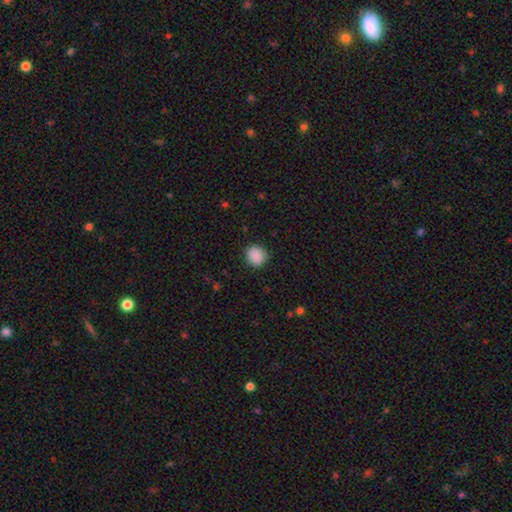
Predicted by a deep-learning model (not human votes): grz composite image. It shows a smooth galaxy with no disk features (89%) that is round (85%). Merging: none (87%).